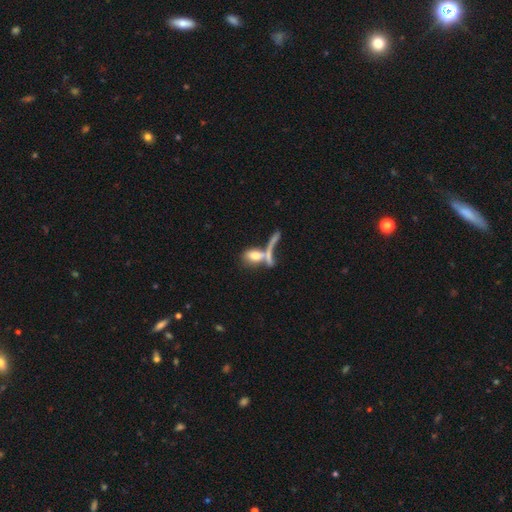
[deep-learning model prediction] This appears to be a smooth galaxy with no disk features (65%) that is in between round and cigar-shaped (65%). Merging: merger (48%).